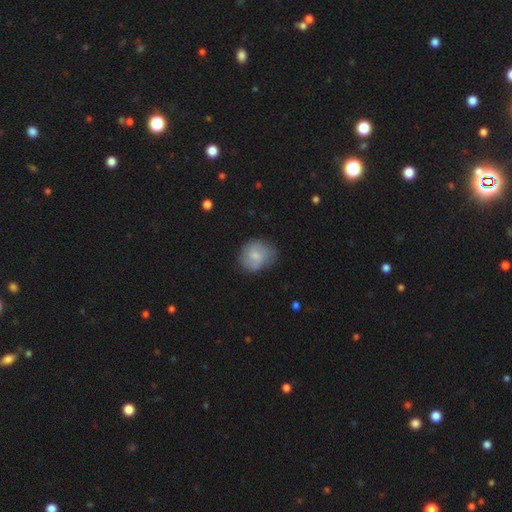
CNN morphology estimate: smooth 68%, featured or disk 25%, star or artifact 7%. Down the decision tree: how rounded — round (69%); merging — none (59%).